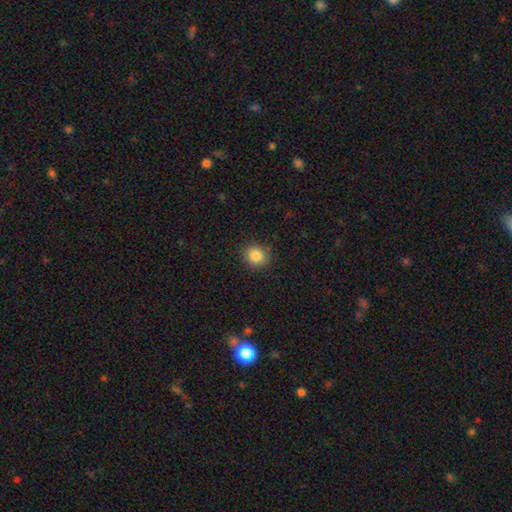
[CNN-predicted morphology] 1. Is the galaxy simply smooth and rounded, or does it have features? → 86% smooth, 10% star or artifact, 4% featured or disk.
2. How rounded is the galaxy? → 81% round, 18% in between, 1% cigar-shaped.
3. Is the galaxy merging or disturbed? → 89% none, 8% minor disturbance, 2% major disturbance, 1% merger.